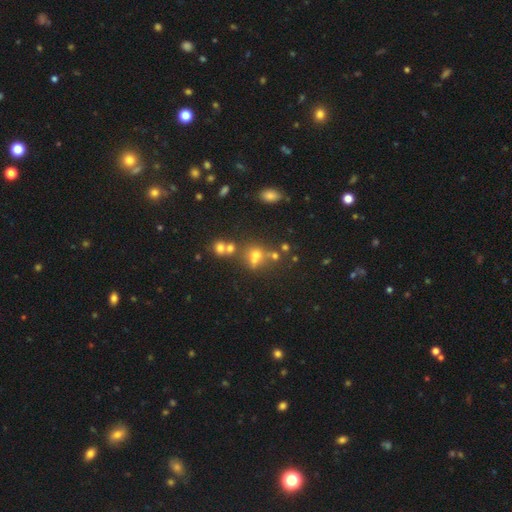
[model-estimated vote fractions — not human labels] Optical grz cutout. It shows a smooth galaxy with no disk features (56%) that is round (70%). Merging: none (45%).